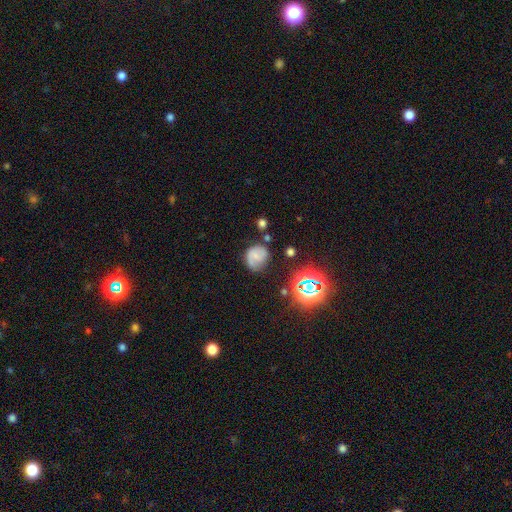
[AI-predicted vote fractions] This is possibly a smooth galaxy (48%). Merging: possibly none (59%).